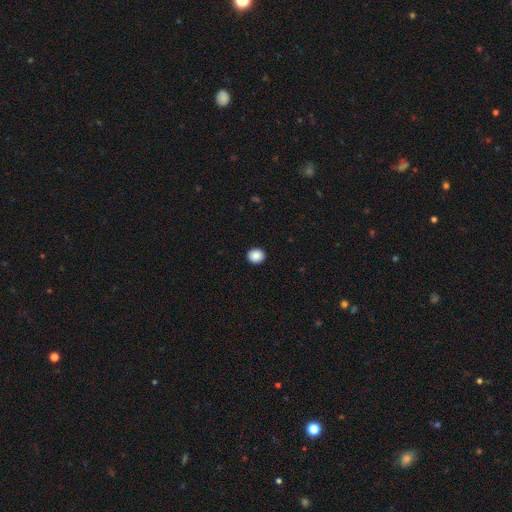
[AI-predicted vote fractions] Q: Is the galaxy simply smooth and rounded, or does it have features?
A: smooth — 88%.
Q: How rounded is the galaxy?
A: round — 83%.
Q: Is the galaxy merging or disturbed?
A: none — 93%.